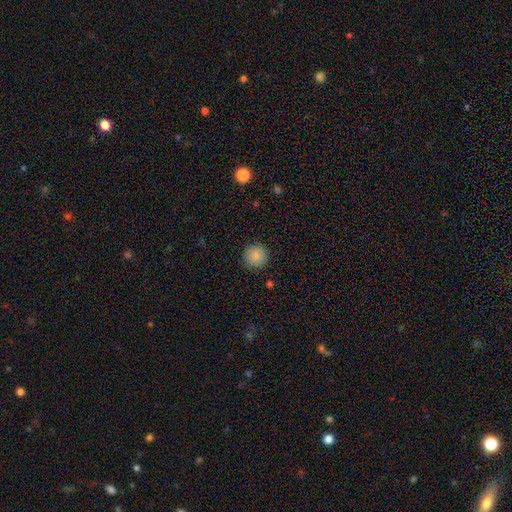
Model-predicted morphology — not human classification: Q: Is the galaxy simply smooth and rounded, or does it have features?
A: smooth — 87%.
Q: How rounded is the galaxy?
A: round — 94%.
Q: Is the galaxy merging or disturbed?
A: none — 91%.